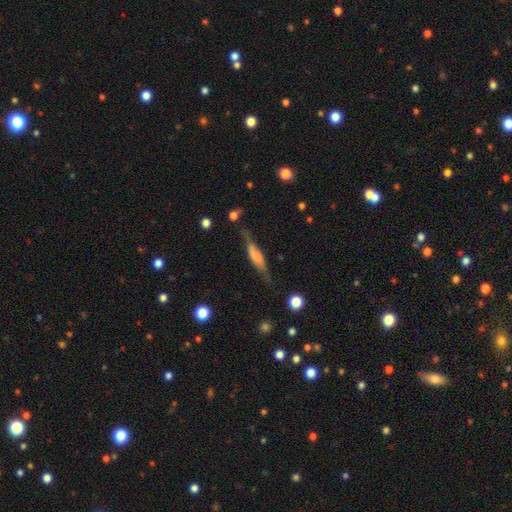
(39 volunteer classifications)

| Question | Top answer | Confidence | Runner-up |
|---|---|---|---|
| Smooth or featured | smooth | 59% | featured or disk (38%) |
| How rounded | cigar-shaped | 87% | round (9%) |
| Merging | none | 74% | minor disturbance (16%) |